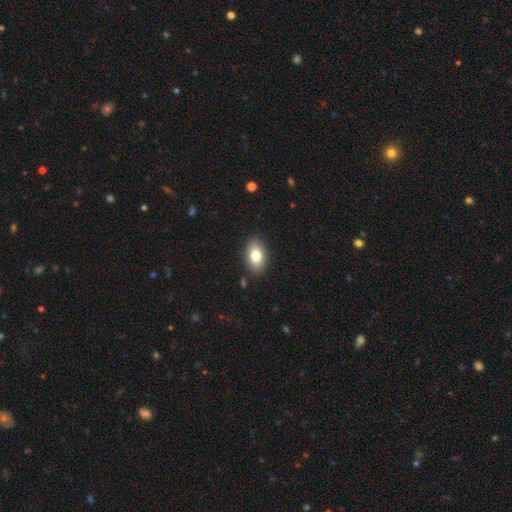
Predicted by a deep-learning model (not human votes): Overall: smooth (81%). How rounded: in between (90%). Merging: none (87%).